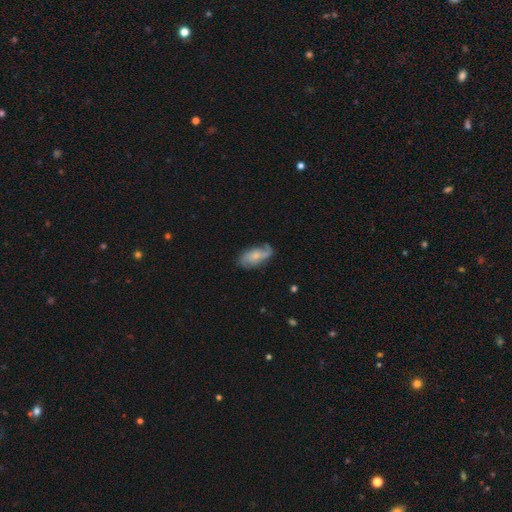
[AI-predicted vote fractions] Smooth or featured: featured or disk — 65% (smooth — 29%)
Edge-on disk: no — 94% (yes — 6%)
Bar: no — 65% (weak — 29%)
Spiral arms: yes — 92% (no — 8%)
Spiral winding: medium — 41% (loose — 38%)
Spiral arm count: 2 — 62% (can't tell — 15%)
Bulge size: small — 55% (moderate — 32%)
Merging: none — 67% (minor disturbance — 22%)